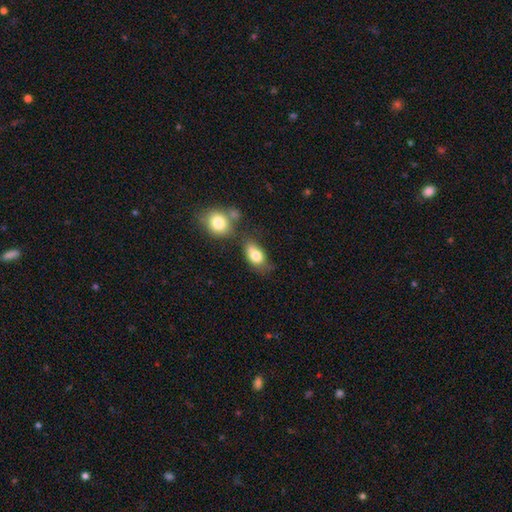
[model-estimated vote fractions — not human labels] This is clearly a smooth galaxy (80%). How rounded: clearly in between (83%). Merging: marginally none (43%).